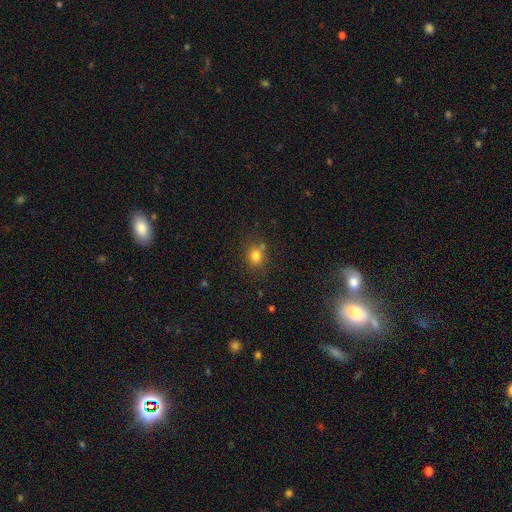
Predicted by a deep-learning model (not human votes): smooth_or_featured: smooth (p=0.78) [alt: star or artifact p=0.14]
how_rounded: round (p=0.73) [alt: in between p=0.26]
merging: none (p=0.72) [alt: minor disturbance p=0.13]